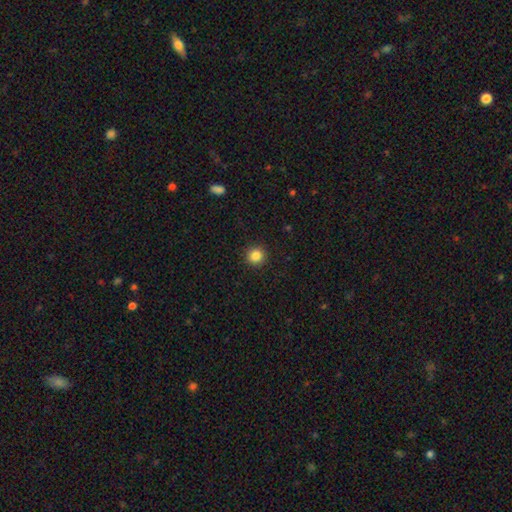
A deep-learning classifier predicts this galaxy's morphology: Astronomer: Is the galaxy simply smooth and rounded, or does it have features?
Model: smooth — 86%.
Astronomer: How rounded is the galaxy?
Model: round — 94%.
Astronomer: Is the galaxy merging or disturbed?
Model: none — 92%.